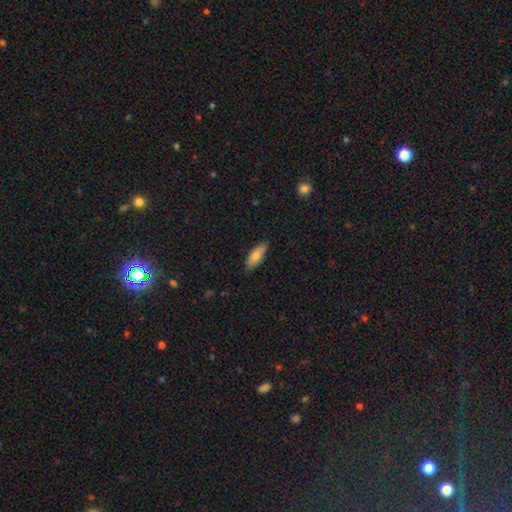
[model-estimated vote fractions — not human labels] The model was most divided on "how rounded": in between: 65%, cigar-shaped: 33%, round: 2%. More confident: merging — none (85%); smooth or featured — smooth (79%).